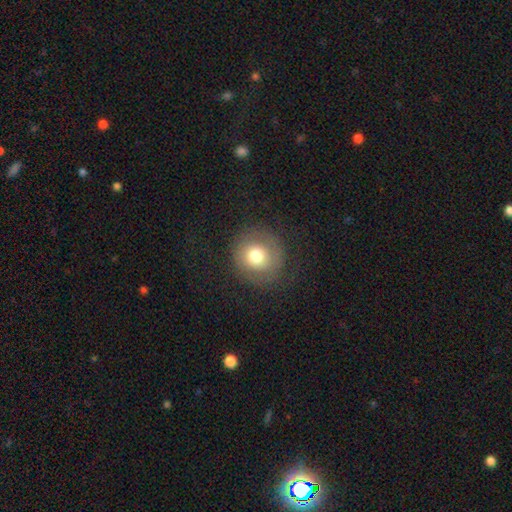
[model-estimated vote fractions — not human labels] Smooth or featured: smooth — 68% (featured or disk — 21%)
How rounded: round — 91% (in between — 8%)
Merging: none — 76% (minor disturbance — 13%)